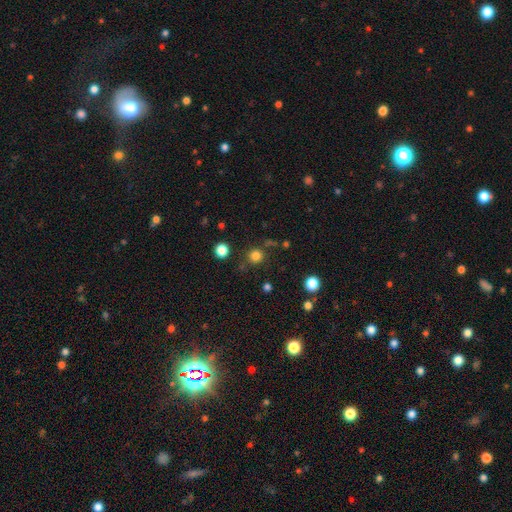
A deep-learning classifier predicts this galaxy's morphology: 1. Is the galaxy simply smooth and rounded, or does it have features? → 79% smooth, 16% star or artifact, 5% featured or disk.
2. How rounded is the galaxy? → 93% round, 6% in between, 1% cigar-shaped.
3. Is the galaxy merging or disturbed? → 82% none, 9% minor disturbance, 5% merger, 4% major disturbance.